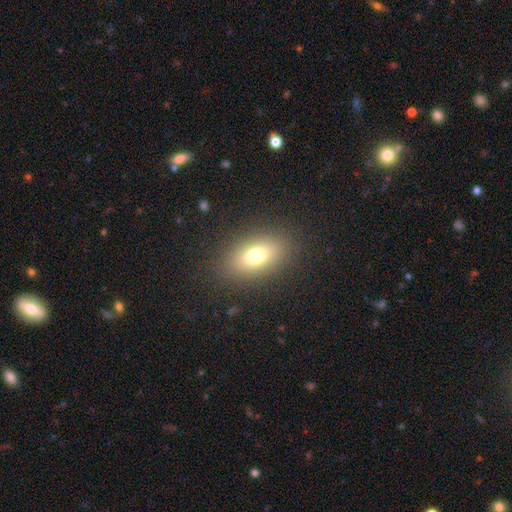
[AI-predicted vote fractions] This appears to be a smooth galaxy with no disk features (73%) that is in between round and cigar-shaped (81%). Merging: none (85%).